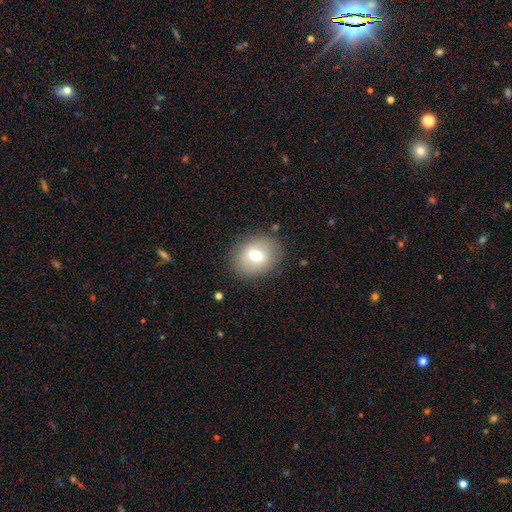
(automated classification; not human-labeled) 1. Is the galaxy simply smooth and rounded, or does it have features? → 66% smooth, 25% featured or disk, 9% star or artifact.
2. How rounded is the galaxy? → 51% round, 49% in between, 1% cigar-shaped.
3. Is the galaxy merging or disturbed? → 83% none, 11% minor disturbance, 4% major disturbance, 1% merger.